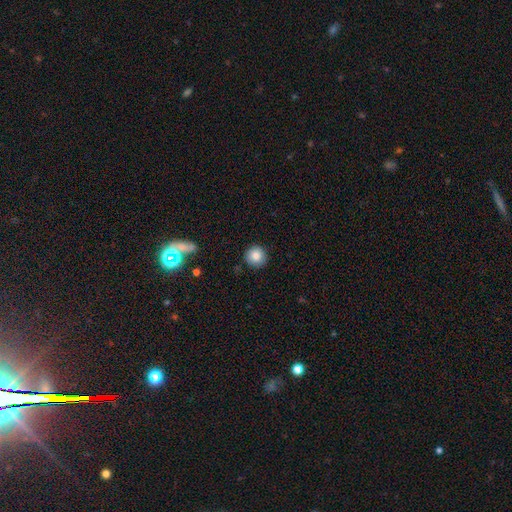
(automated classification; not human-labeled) Overall: smooth (84%). How rounded: round (94%). Merging: none (89%).